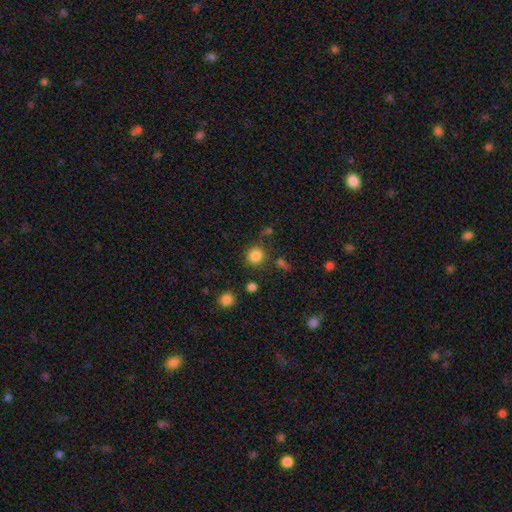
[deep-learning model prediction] smooth-or-featured: smooth: 84% | star or artifact: 11% | featured or disk: 4%
  how-rounded: round: 93% | in between: 6% | cigar-shaped: 1%
  merging: none: 81% | minor disturbance: 9% | merger: 5% | major disturbance: 4%